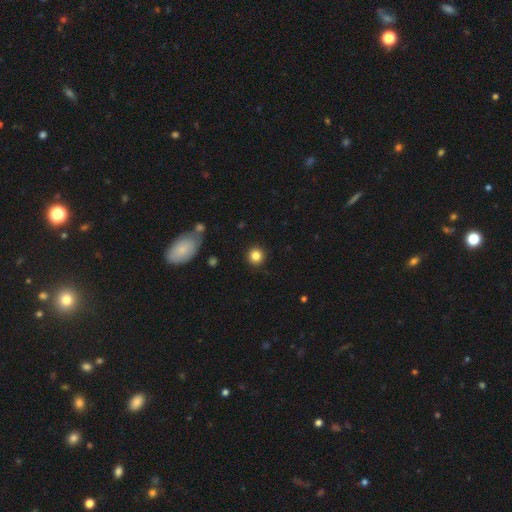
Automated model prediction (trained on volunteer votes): Smooth or featured?
  - smooth: 84% *
  - star or artifact: 11%
  - featured or disk: 5%
How rounded?
  - round: 94% *
  - in between: 5%
  - cigar-shaped: 1%
Merging?
  - none: 91% *
  - minor disturbance: 6%
  - major disturbance: 2%
  - merger: 1%